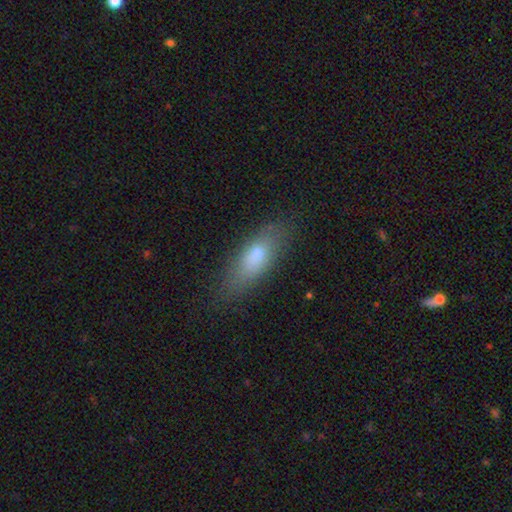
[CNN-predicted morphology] This appears to be a smooth galaxy with no disk features (71%) that is in between round and cigar-shaped (58%). Merging: none (77%).